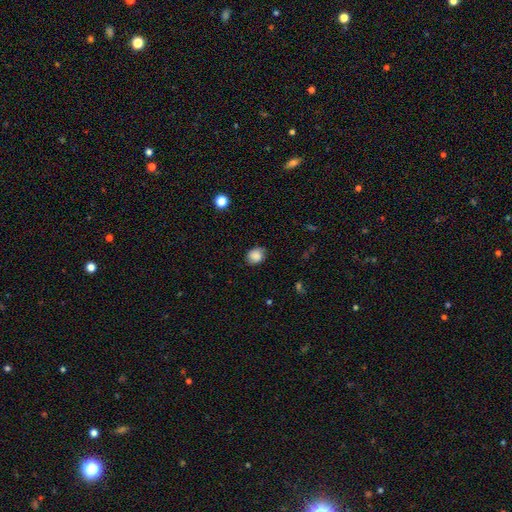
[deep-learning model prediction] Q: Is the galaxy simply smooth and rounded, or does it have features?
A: smooth — 83%.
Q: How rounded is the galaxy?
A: round — 50%, tied with in between.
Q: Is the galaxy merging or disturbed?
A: none — 78%.